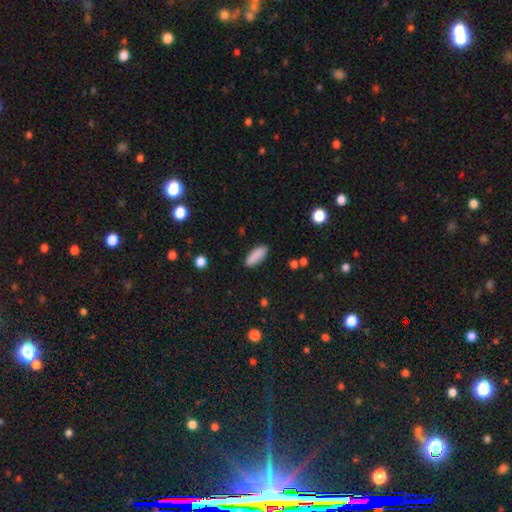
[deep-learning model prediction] Smooth or featured: smooth — 89% (star or artifact — 7%)
How rounded: in between — 62% (cigar-shaped — 36%)
Merging: none — 89% (minor disturbance — 8%)